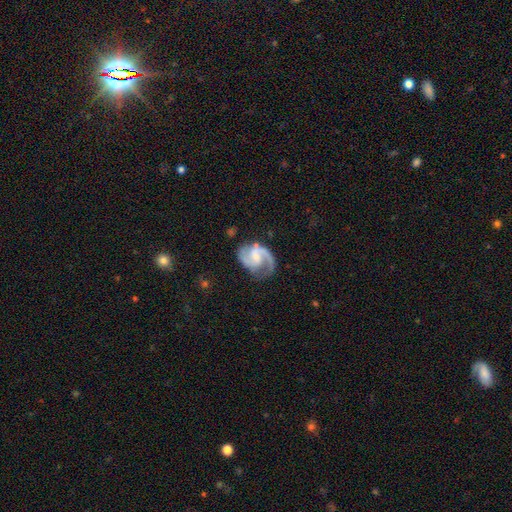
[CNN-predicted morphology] This appears to be a featured or disk galaxy (89%) with a weak bar (52%), 2 (87%) medium (58%) spiral arms (97%) and a small central bulge (45%). Merging: none (67%).